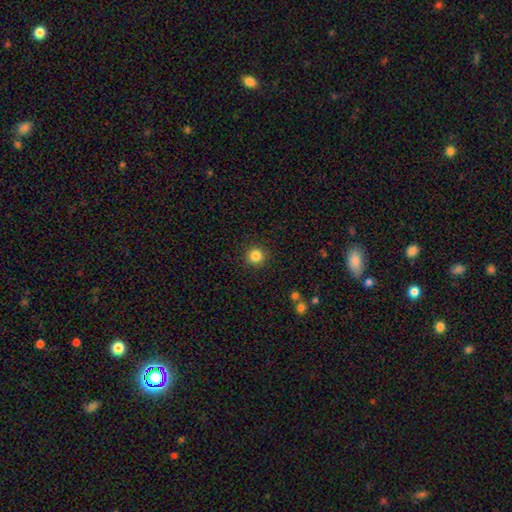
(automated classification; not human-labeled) This is clearly a smooth galaxy (84%). How rounded: clearly round (95%). Merging: clearly none (92%).